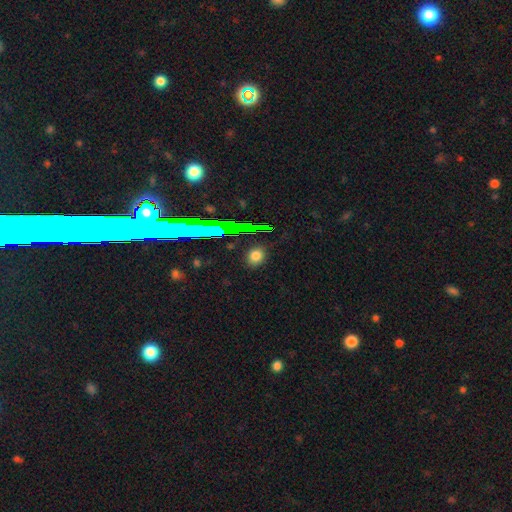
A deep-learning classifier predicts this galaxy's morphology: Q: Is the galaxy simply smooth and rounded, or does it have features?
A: smooth — 78%.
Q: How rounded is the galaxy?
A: round — 68%.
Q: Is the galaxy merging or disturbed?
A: none — 87%.